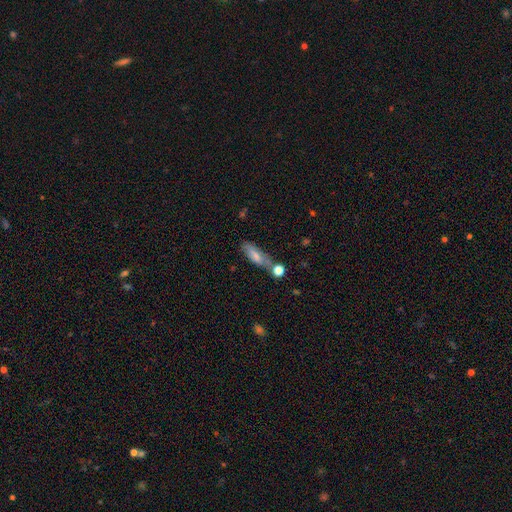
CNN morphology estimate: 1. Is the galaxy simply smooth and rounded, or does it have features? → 68% smooth, 24% featured or disk, 8% star or artifact.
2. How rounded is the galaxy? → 54% in between, 43% cigar-shaped, 3% round.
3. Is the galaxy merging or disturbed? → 49% none, 21% minor disturbance, 21% merger, 9% major disturbance.